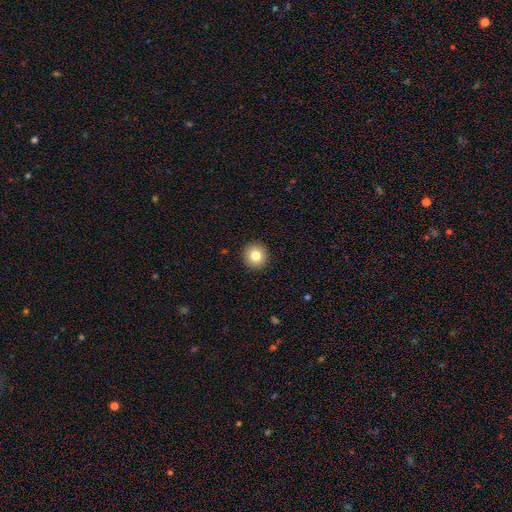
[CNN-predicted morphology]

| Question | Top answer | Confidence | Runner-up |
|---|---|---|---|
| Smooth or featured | smooth | 81% | star or artifact (10%) |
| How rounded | round | 93% | in between (6%) |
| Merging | none | 93% | minor disturbance (5%) |